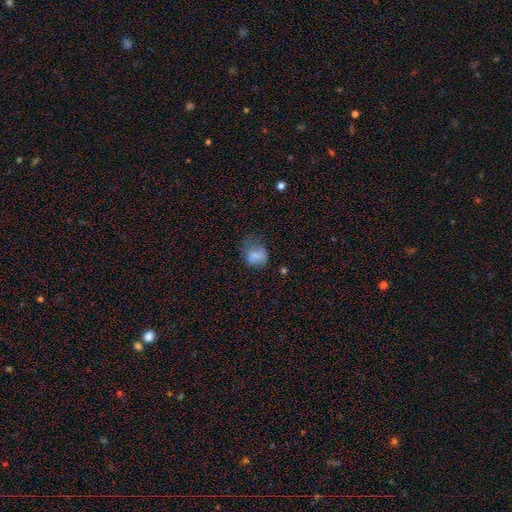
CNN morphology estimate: This appears to be a smooth galaxy with no disk features (73%) that is in between round and cigar-shaped (50%). Merging: none (40%).